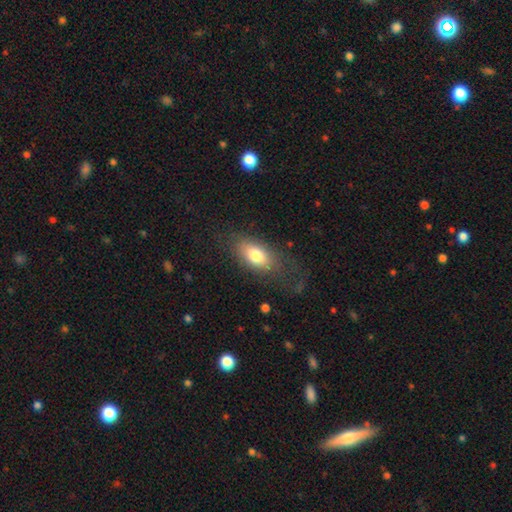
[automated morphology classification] Smooth or featured? Predicted: smooth (p=0.75). How rounded? Predicted: in between (p=0.88). Merging? Predicted: none (p=0.65).